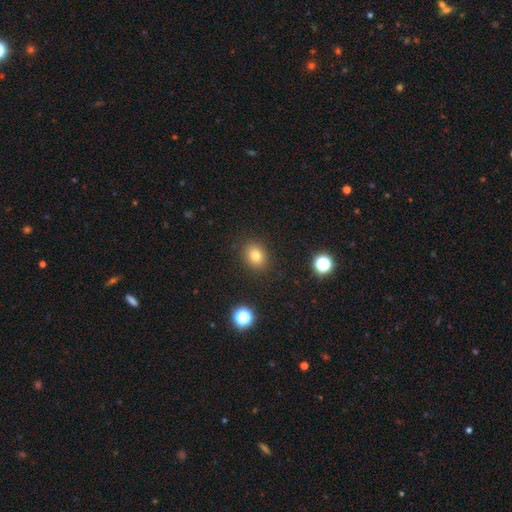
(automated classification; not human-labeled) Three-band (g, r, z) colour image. It shows a smooth galaxy with no disk features (78%) that is round (56%). Merging: none (88%).